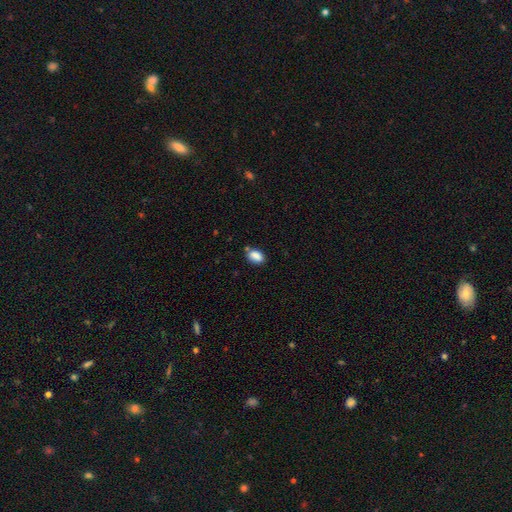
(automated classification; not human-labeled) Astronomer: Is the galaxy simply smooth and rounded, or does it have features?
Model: smooth — 86%.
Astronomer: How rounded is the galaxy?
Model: in between — 85%.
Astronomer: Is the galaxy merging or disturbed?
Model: none — 72%.